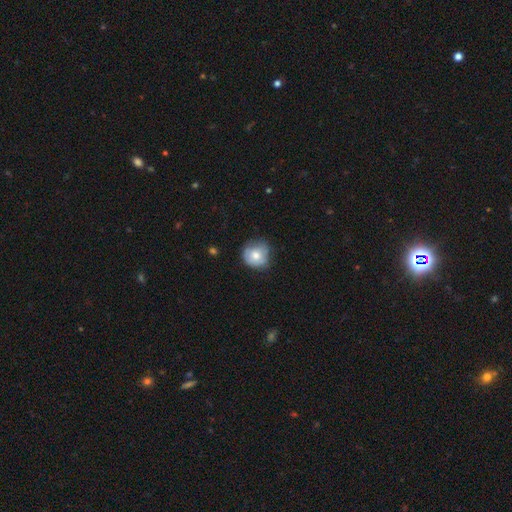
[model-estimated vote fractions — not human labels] A smooth galaxy with no disk features (68%) that is round (87%). Merging: none (63%).